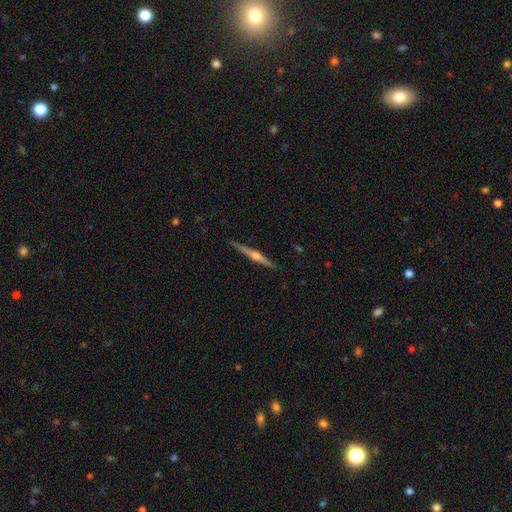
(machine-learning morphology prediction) type=featured or disk (80%); edge-on=yes (99%); edge-on bulge=rounded (91%); merging=none (90%).